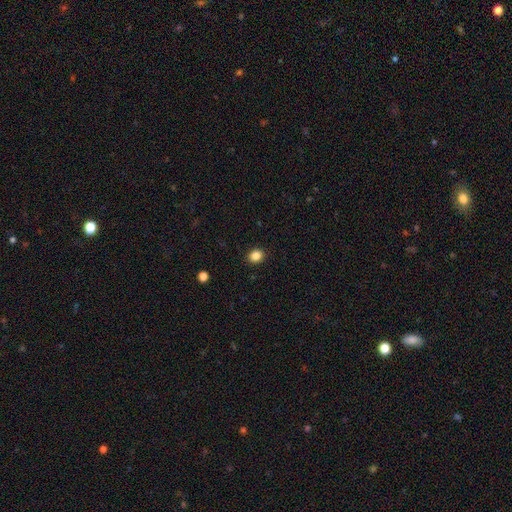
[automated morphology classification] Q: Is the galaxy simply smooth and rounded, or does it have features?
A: smooth — 85%.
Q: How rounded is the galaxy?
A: round — 67%.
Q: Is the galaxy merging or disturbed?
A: none — 91%.